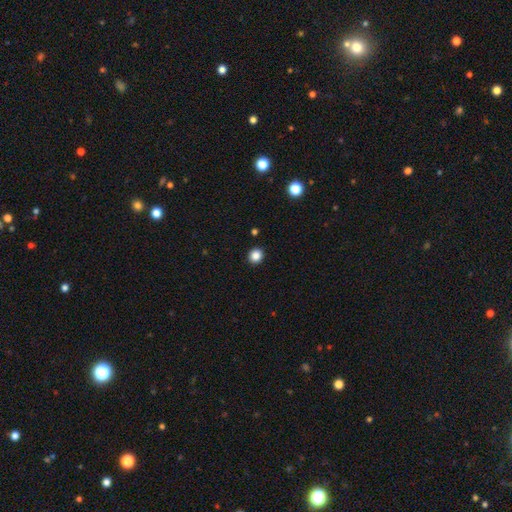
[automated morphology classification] Overall: smooth (86%). How rounded: round (84%). Merging: none (92%).